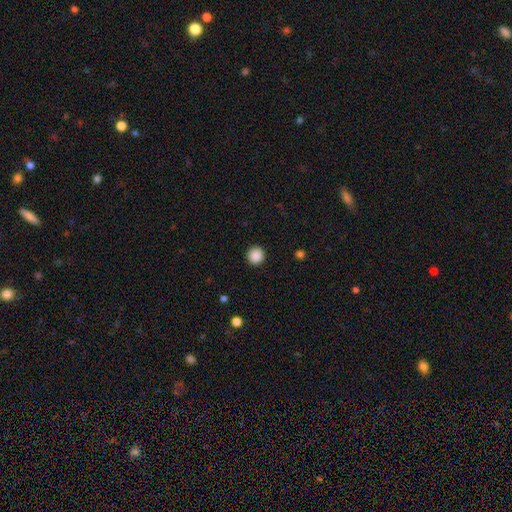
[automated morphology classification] Smooth or featured: smooth — 89% (star or artifact — 9%)
How rounded: round — 94% (in between — 5%)
Merging: none — 92% (minor disturbance — 5%)